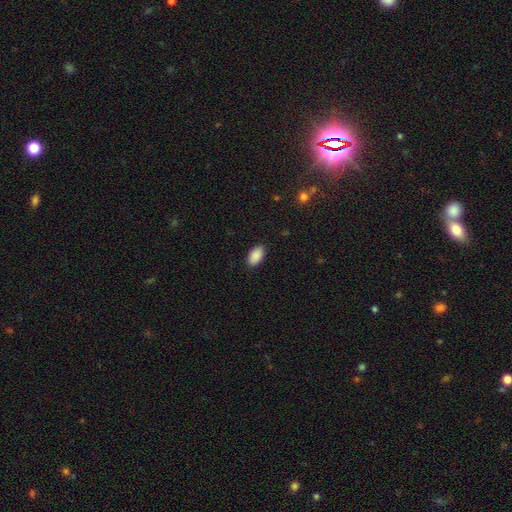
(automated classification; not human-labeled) This appears to be a smooth galaxy with no disk features (90%) that is in between round and cigar-shaped (94%). Merging: none (87%).